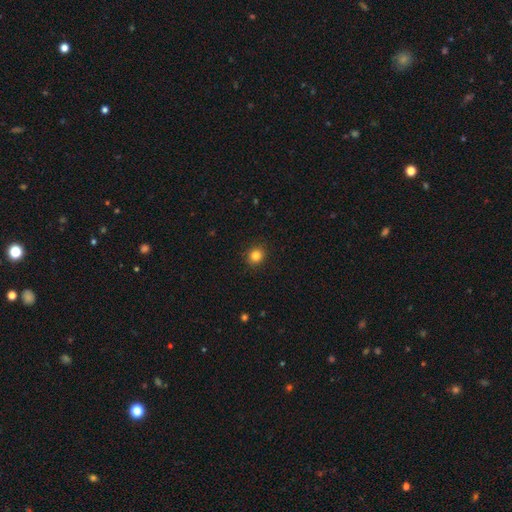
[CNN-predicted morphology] type=smooth (83%); roundness=round (85%); merging=none (91%).